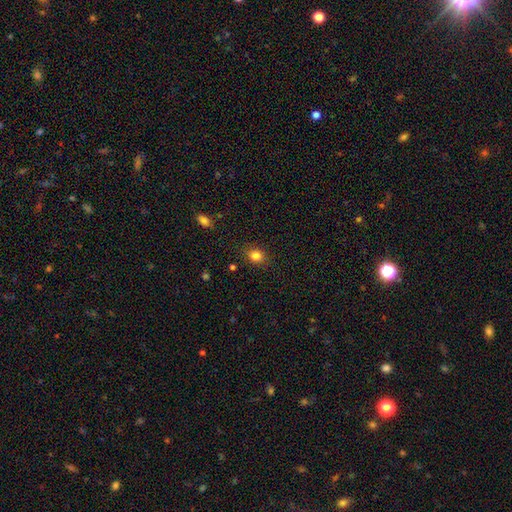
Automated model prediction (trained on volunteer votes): The model was most divided on "how rounded": round: 55%, in between: 44%, cigar-shaped: 1%. More confident: merging — none (85%); smooth or featured — smooth (83%).